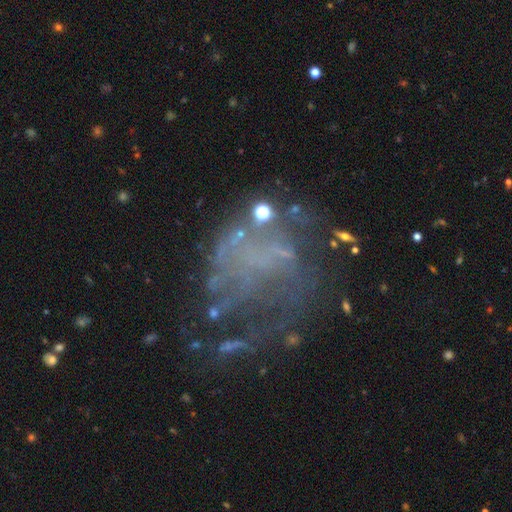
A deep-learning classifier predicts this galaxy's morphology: type=featured or disk (60%); edge-on=no (98%); bar=no (86%); spiral arms=no (73%); bulge=none (81%); merging=major disturbance (39%).